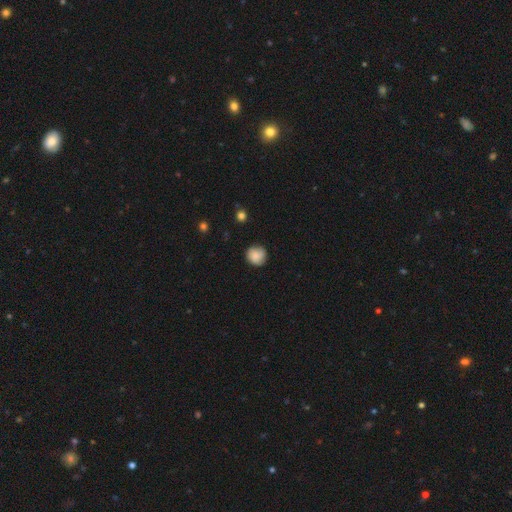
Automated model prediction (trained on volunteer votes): A smooth galaxy with no disk features (80%) that is round (91%). Merging: none (79%).